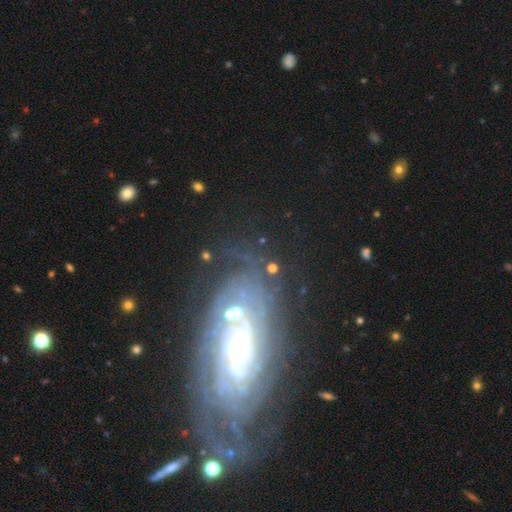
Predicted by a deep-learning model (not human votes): Morphology: type=featured or disk (80%); edge-on=no (92%); bar=no (70%); spiral arms=yes (91%); winding=tight (79%); arm count=can't tell (48%); bulge=small (57%); merging=none (72%).